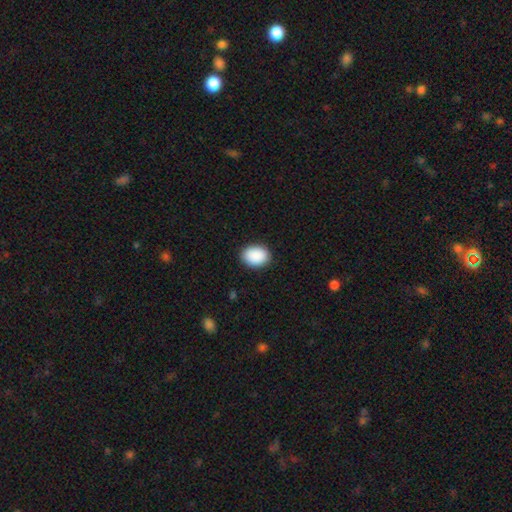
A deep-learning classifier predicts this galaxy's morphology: smooth-or-featured: smooth: 91% | star or artifact: 7% | featured or disk: 2%
  how-rounded: in between: 70% | round: 29% | cigar-shaped: 1%
  merging: none: 90% | minor disturbance: 8% | major disturbance: 2% | merger: 1%